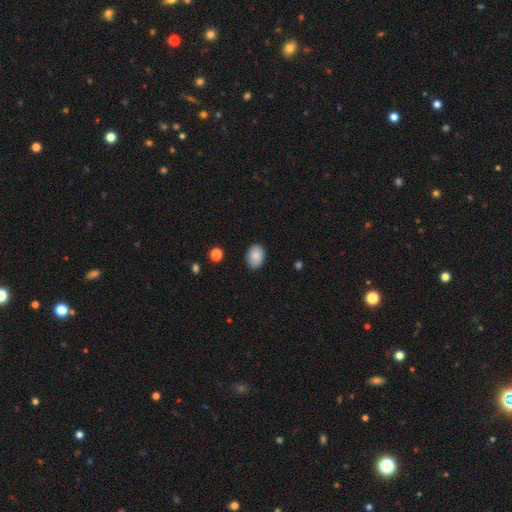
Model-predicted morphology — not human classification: A smooth galaxy with no disk features (88%) that is in between round and cigar-shaped (83%). Merging: none (85%).